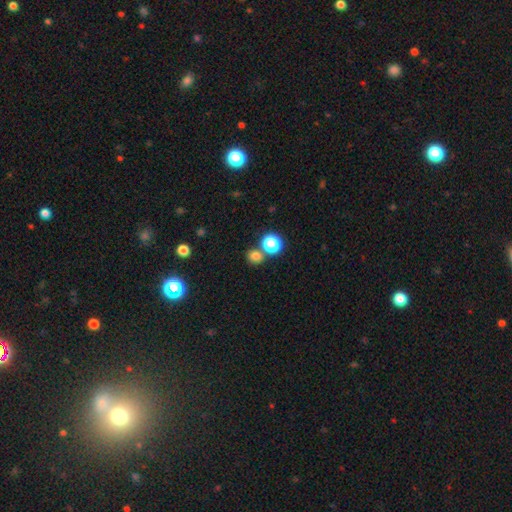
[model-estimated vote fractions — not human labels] Smooth or featured? Predicted: smooth (p=0.75). How rounded? Predicted: round (p=0.78). Merging? Predicted: none (p=0.71).